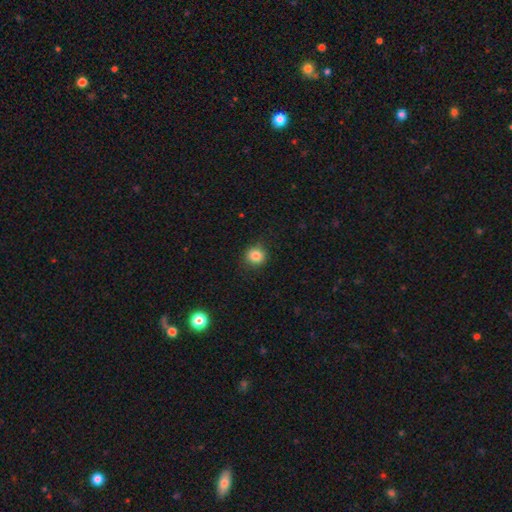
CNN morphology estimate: Overall: smooth (84%). How rounded: round (88%). Merging: none (86%).